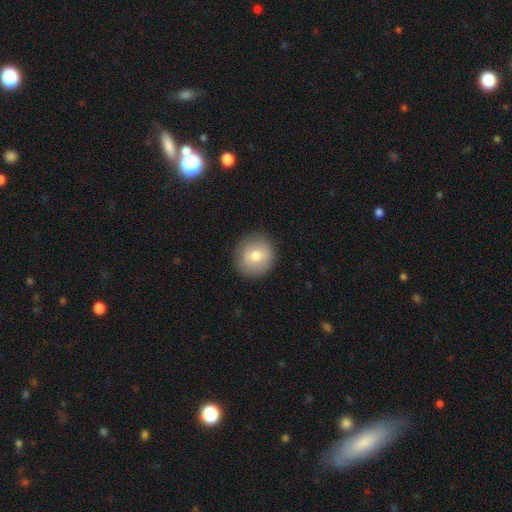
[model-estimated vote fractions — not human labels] Smooth or featured? smooth (72%)
How rounded? round (88%)
Merging? none (86%)